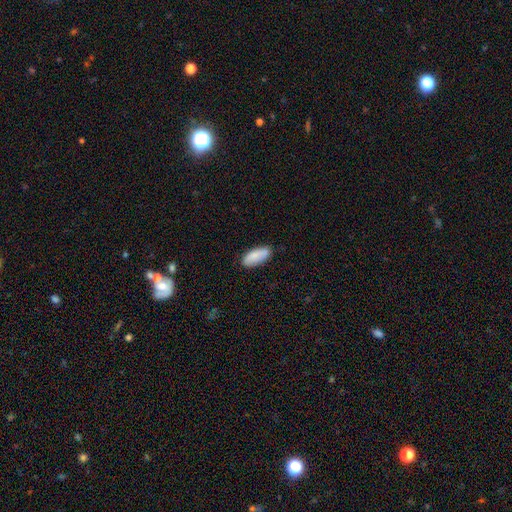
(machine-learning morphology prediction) A smooth galaxy with no disk features (84%) that is in between round and cigar-shaped (84%). Merging: none (81%).